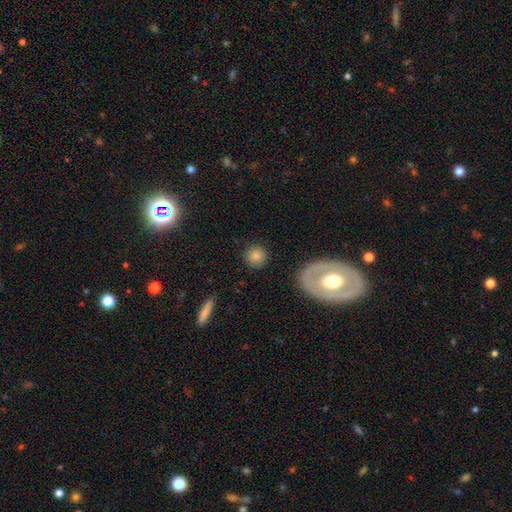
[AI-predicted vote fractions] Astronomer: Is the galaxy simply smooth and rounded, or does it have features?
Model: smooth — 83%.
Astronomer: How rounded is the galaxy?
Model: round — 92%.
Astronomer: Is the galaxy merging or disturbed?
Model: none — 88%.